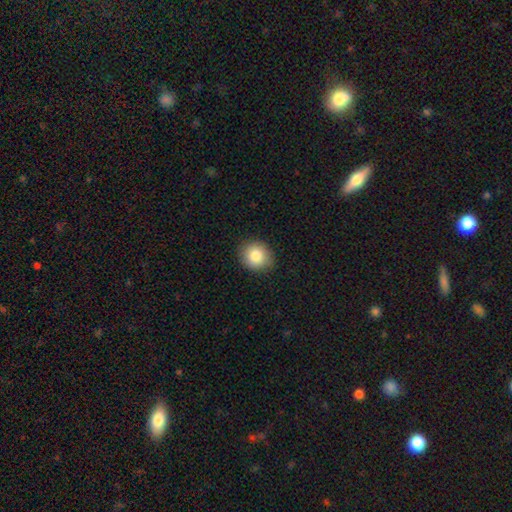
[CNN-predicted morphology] The model was most divided on "how rounded": round: 80%, in between: 20%, cigar-shaped: 1%. More confident: merging — none (89%); smooth or featured — smooth (84%).